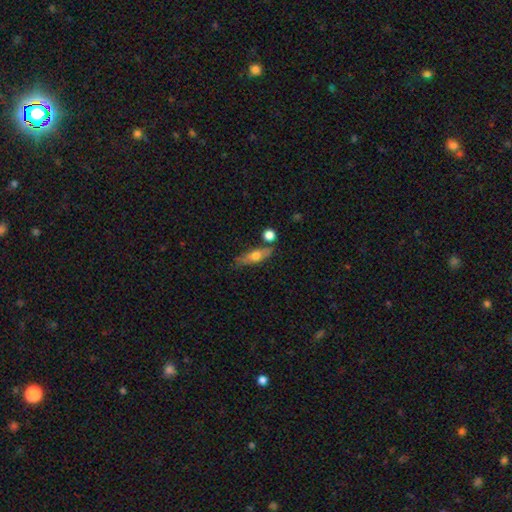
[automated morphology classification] This is possibly a smooth galaxy (52%). How rounded: possibly cigar-shaped (54%). Merging: likely none (69%).